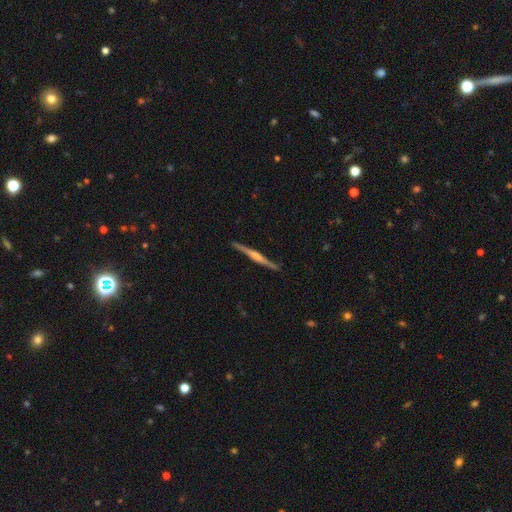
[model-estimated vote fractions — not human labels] smooth_or_featured: featured or disk (p=0.81) [alt: smooth p=0.14]
disk_edge_on: yes (p=0.98) [alt: no p=0.02]
edge_on_bulge: rounded (p=0.68) [alt: boxy p=0.18]
merging: none (p=0.91) [alt: minor disturbance p=0.07]